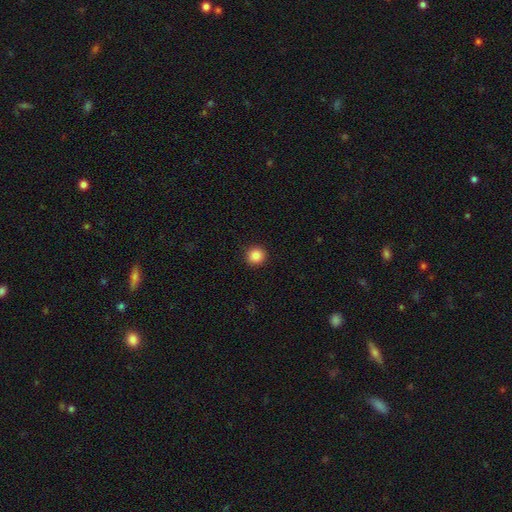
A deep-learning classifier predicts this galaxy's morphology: smooth_or_featured: smooth (p=0.87) [alt: star or artifact p=0.10]
how_rounded: round (p=0.93) [alt: in between p=0.06]
merging: none (p=0.92) [alt: minor disturbance p=0.05]